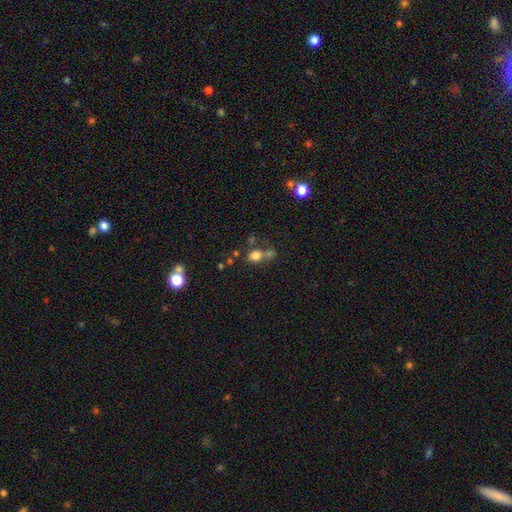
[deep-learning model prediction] smooth-or-featured: smooth: 76% | star or artifact: 15% | featured or disk: 9%
  how-rounded: round: 64% | in between: 35% | cigar-shaped: 1%
  merging: none: 50% | merger: 33% | minor disturbance: 11% | major disturbance: 6%